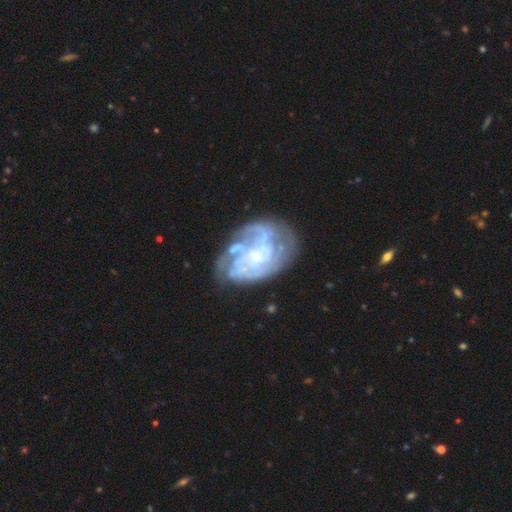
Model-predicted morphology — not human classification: Smooth or featured?
  - featured or disk: 81% *
  - smooth: 11%
  - star or artifact: 7%
Edge-on disk?
  - no: 98% *
  - yes: 2%
Bar?
  - no: 64% *
  - weak: 29%
  - strong: 7%
Spiral arms?
  - yes: 83% *
  - no: 17%
Spiral winding?
  - tight: 51% *
  - medium: 36%
  - loose: 14%
Spiral arm count?
  - can't tell: 42% *
  - 3: 19%
  - 2: 14%
  - 4: 13%
  - more than 4: 7%
  - 1: 6%
Bulge size?
  - small: 46% *
  - moderate: 26%
  - none: 23%
  - large: 4%
  - dominant: 1%
Merging?
  - none: 57% *
  - minor disturbance: 21%
  - major disturbance: 17%
  - merger: 5%